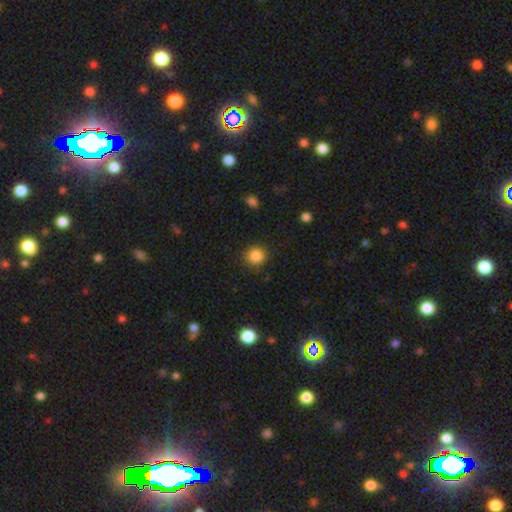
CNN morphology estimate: Smooth or featured? Predicted: smooth (p=0.86). How rounded? Predicted: round (p=0.88). Merging? Predicted: none (p=0.86).